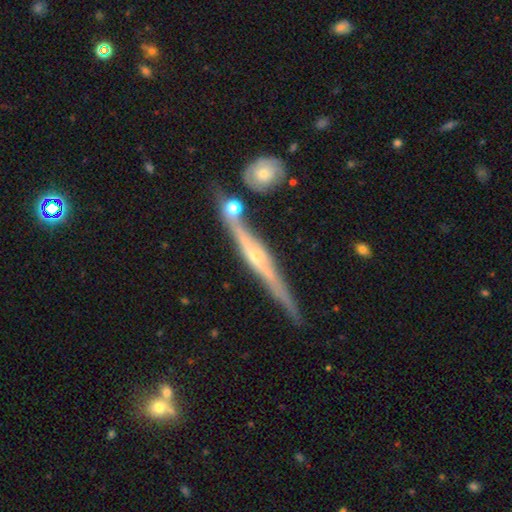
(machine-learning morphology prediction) Q: Smooth or featured?
A: featured or disk (82%); runner-up: smooth (11%)
Q: Edge-on disk?
A: yes (97%); runner-up: no (3%)
Q: Edge-on bulge?
A: rounded (70%); runner-up: none (21%)
Q: Merging?
A: none (78%); runner-up: minor disturbance (12%)